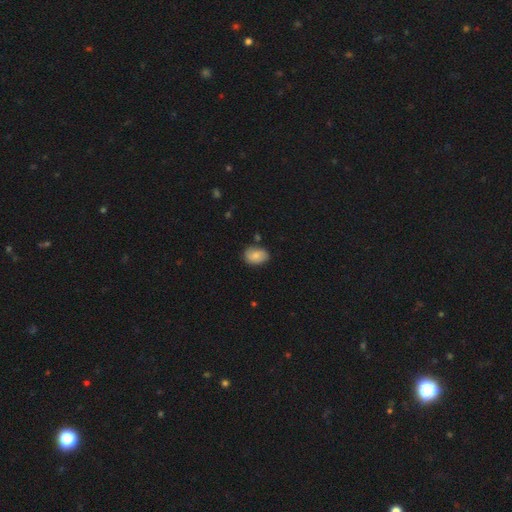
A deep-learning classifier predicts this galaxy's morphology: Smooth or featured? Predicted: smooth (p=0.75). How rounded? Predicted: in between (p=0.79). Merging? Predicted: none (p=0.71).